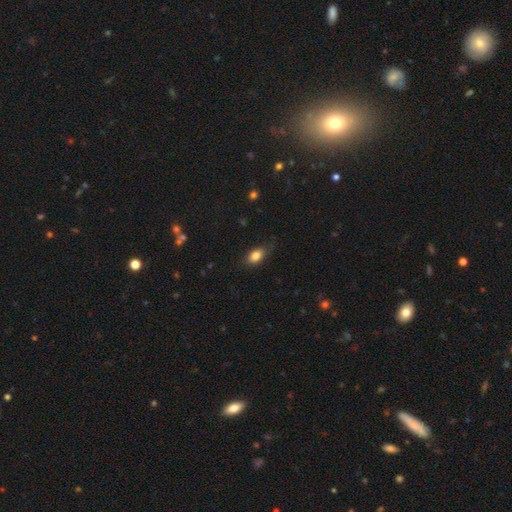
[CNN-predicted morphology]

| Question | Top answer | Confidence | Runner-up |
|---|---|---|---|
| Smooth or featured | smooth | 82% | featured or disk (10%) |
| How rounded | in between | 86% | round (9%) |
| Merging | none | 71% | minor disturbance (22%) |